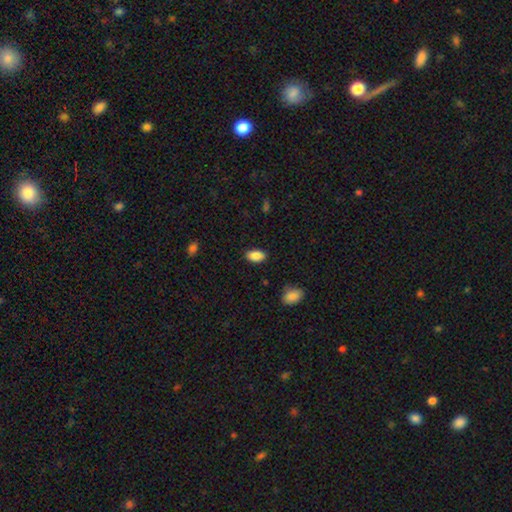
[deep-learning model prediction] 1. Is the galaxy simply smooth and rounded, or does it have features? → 88% smooth, 8% star or artifact, 5% featured or disk.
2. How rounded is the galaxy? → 93% in between, 5% round, 2% cigar-shaped.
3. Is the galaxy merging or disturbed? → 86% none, 10% minor disturbance, 2% major disturbance, 1% merger.